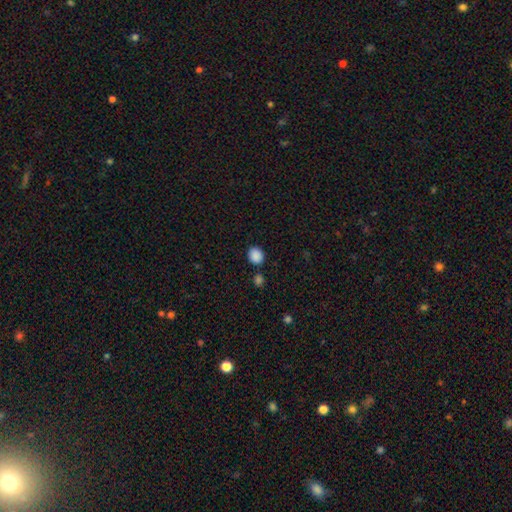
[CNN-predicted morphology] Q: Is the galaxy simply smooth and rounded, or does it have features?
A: smooth — 88%.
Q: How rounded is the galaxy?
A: round — 64%.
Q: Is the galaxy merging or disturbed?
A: none — 81%.